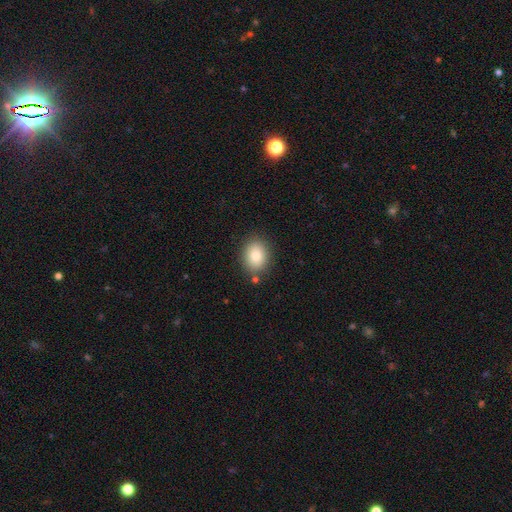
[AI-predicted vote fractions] Q: Smooth or featured?
A: smooth (81%); runner-up: featured or disk (10%)
Q: How rounded?
A: in between (57%); runner-up: round (42%)
Q: Merging?
A: none (85%); runner-up: minor disturbance (10%)